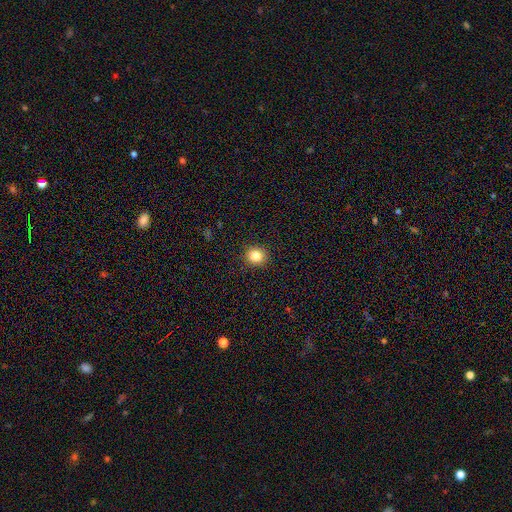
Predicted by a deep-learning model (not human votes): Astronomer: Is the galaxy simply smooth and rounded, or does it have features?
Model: smooth — 84%.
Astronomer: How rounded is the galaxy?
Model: round — 86%.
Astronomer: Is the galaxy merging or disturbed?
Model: none — 91%.